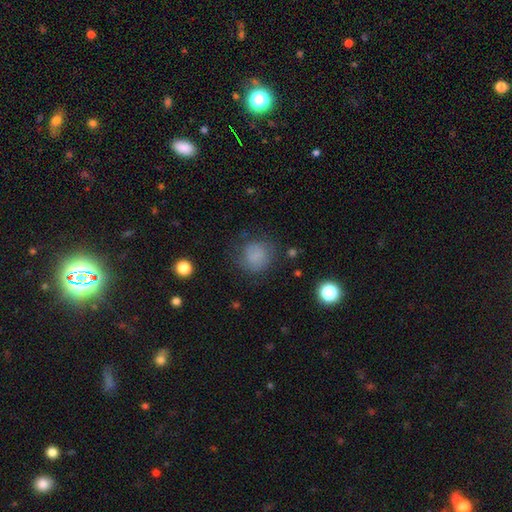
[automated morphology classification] Smooth or featured: smooth — 78% (star or artifact — 11%)
How rounded: round — 84% (in between — 15%)
Merging: none — 69% (minor disturbance — 19%)